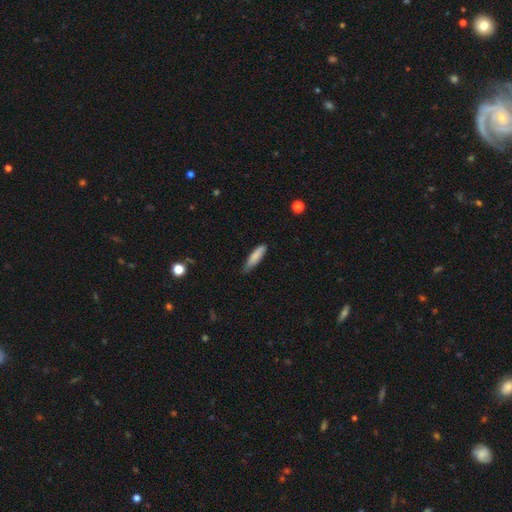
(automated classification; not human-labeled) smooth_or_featured: smooth (p=0.83) [alt: featured or disk p=0.10]
how_rounded: cigar-shaped (p=0.69) [alt: in between p=0.30]
merging: none (p=0.70) [alt: minor disturbance p=0.25]